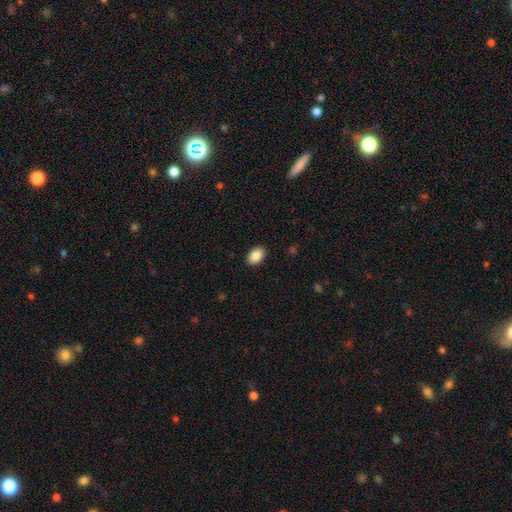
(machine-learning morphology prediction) smooth_or_featured: smooth (p=0.89) [alt: star or artifact p=0.07]
how_rounded: in between (p=0.89) [alt: round p=0.09]
merging: none (p=0.90) [alt: minor disturbance p=0.07]